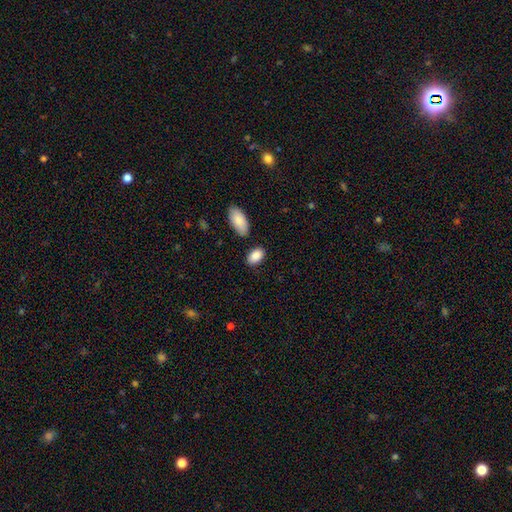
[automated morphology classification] Q: Smooth or featured?
A: smooth (89%); runner-up: star or artifact (7%)
Q: How rounded?
A: in between (91%); runner-up: round (7%)
Q: Merging?
A: none (80%); runner-up: minor disturbance (12%)